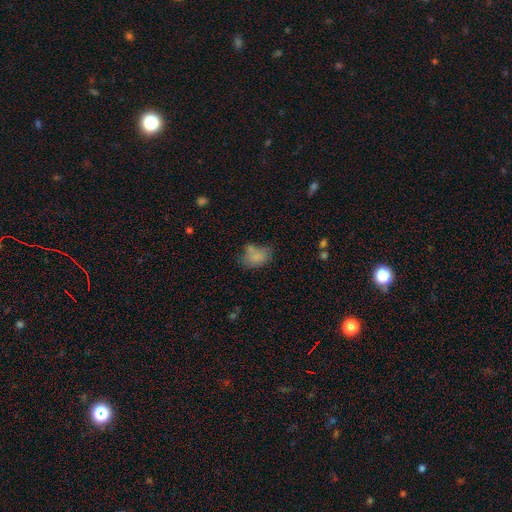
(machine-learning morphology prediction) A smooth galaxy with no disk features (77%) that is in between round and cigar-shaped (73%).

Vote fractions:
- Smooth or featured? smooth: 77% / featured or disk: 12% / star or artifact: 11%
- How rounded? in between: 73% / round: 26% / cigar-shaped: 1%
- Merging? none: 43% / minor disturbance: 27% / merger: 16% / major disturbance: 15%